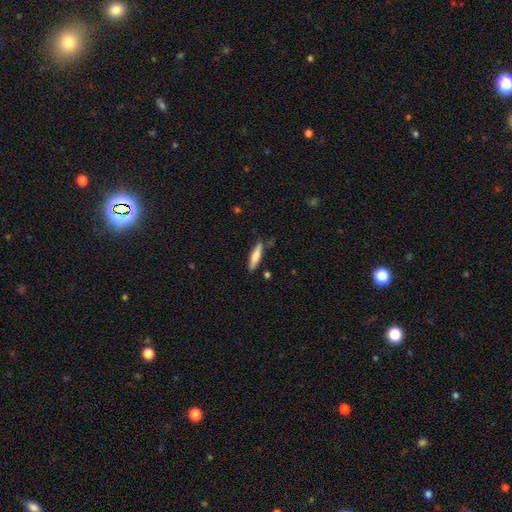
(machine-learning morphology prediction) Overall: smooth (75%). How rounded: cigar-shaped (77%). Merging: none (80%).